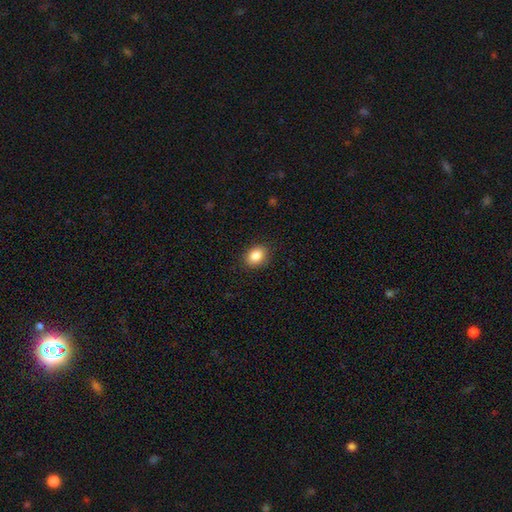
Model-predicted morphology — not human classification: smooth 86%, star or artifact 9%, featured or disk 5%. Down the decision tree: how rounded — in between (68%); merging — none (88%).